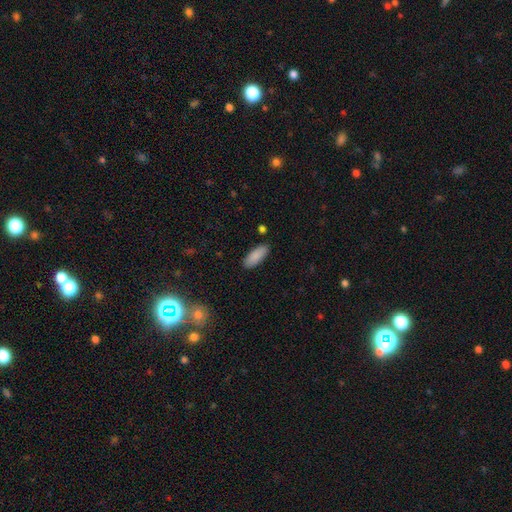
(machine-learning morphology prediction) Smooth or featured? smooth (88%)
How rounded? in between (76%)
Merging? none (87%)